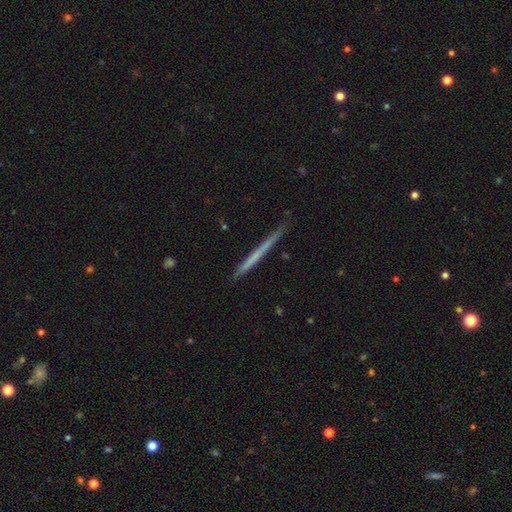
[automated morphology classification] smooth-or-featured: smooth: 48% | featured or disk: 46% | star or artifact: 6%
  merging: none: 88% | minor disturbance: 9% | major disturbance: 1% | merger: 1%